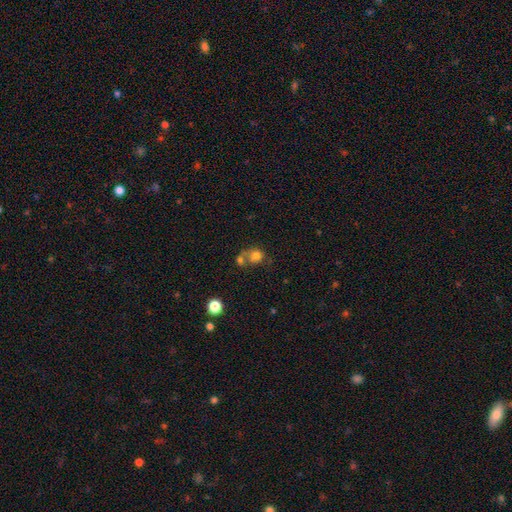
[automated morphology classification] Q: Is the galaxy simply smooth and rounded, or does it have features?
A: smooth — 74%.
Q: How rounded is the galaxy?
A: round — 73%.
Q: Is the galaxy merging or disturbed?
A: merger — 50%.